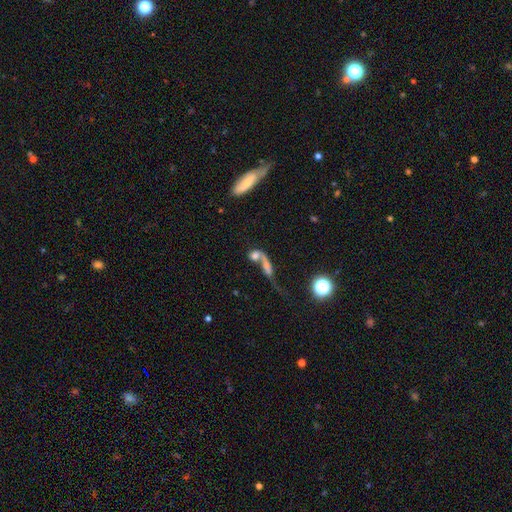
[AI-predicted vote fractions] smooth 55%, featured or disk 29%, star or artifact 16%. Down the decision tree: how rounded — in between (49%); merging — merger (63%).